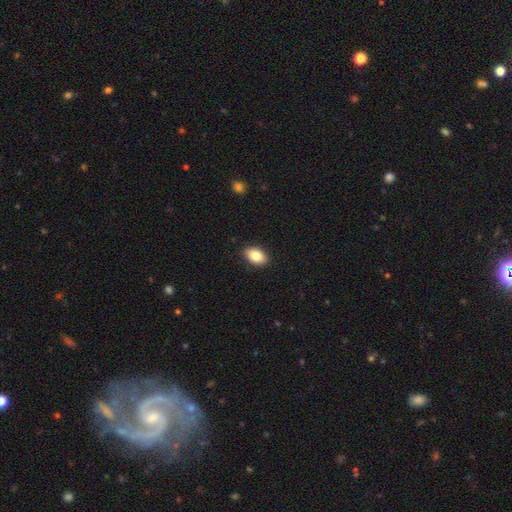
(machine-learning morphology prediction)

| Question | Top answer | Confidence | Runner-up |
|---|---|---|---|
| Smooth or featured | smooth | 84% | featured or disk (8%) |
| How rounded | in between | 89% | round (9%) |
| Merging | none | 89% | minor disturbance (8%) |